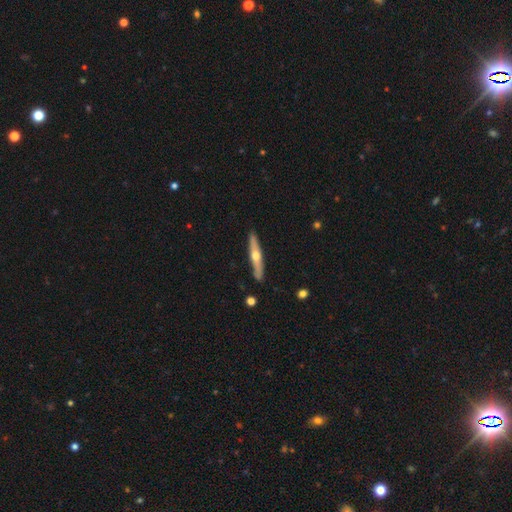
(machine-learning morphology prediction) Smooth or featured? Predicted: featured or disk (p=0.62). Edge-on disk? Predicted: yes (p=0.95). Edge-on bulge? Predicted: rounded (p=0.90). Merging? Predicted: none (p=0.89).